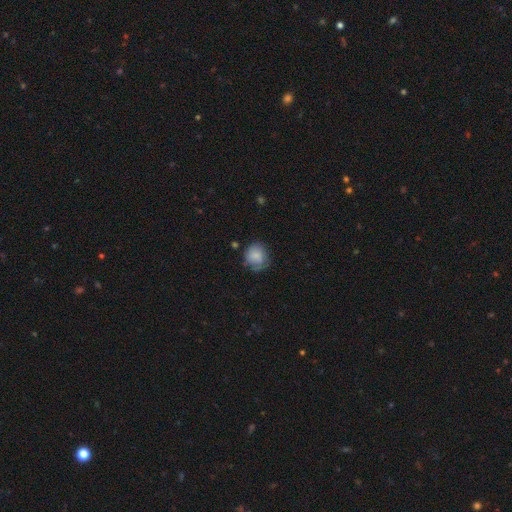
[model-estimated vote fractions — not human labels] A smooth galaxy with no disk features (78%) that is round (76%). Merging: none (63%).